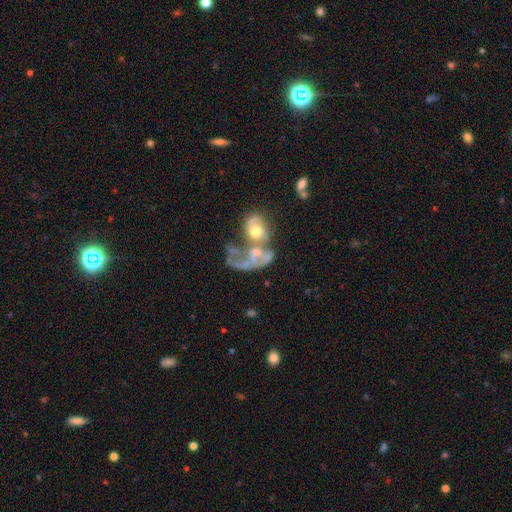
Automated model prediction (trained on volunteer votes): Smooth or featured: featured or disk — 61% (smooth — 29%)
Edge-on disk: no — 97% (yes — 3%)
Bar: no — 82% (weak — 14%)
Spiral arms: no — 64% (yes — 36%)
Bulge size: moderate — 53% (small — 19%)
Merging: merger — 66% (major disturbance — 20%)